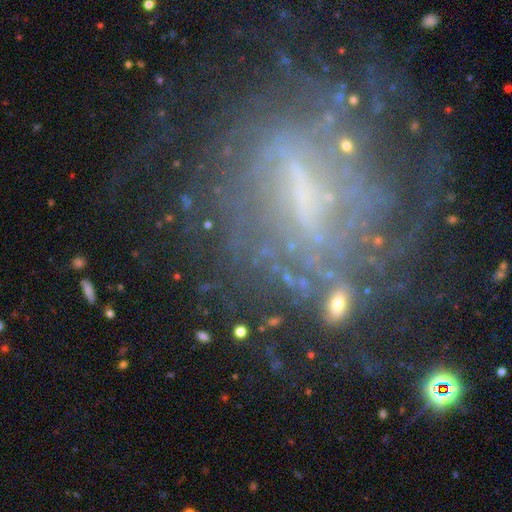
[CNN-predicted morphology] This is likely a featured or disk galaxy (75%). It is clearly not viewed edge-on (95%). Bar: marginally strong (41%). Spiral arm pattern: likely yes (73%). Spiral arm count: possibly can't tell (55%). Spiral winding: possibly tight (51%). Central bulge: marginally none (40%). Merging: possibly none (57%).